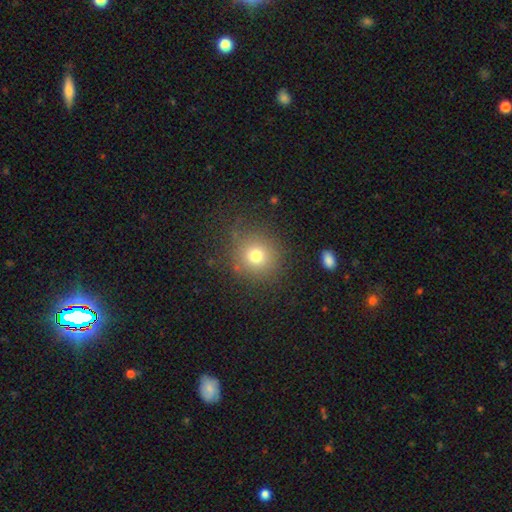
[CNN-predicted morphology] Q: Smooth or featured?
A: smooth (74%); runner-up: star or artifact (16%)
Q: How rounded?
A: round (90%); runner-up: in between (9%)
Q: Merging?
A: none (82%); runner-up: minor disturbance (11%)